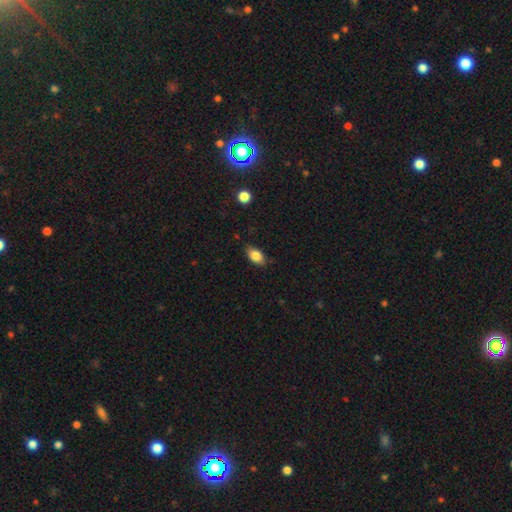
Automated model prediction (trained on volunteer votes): Smooth or featured? Predicted: smooth (p=0.85). How rounded? Predicted: in between (p=0.89). Merging? Predicted: none (p=0.81).